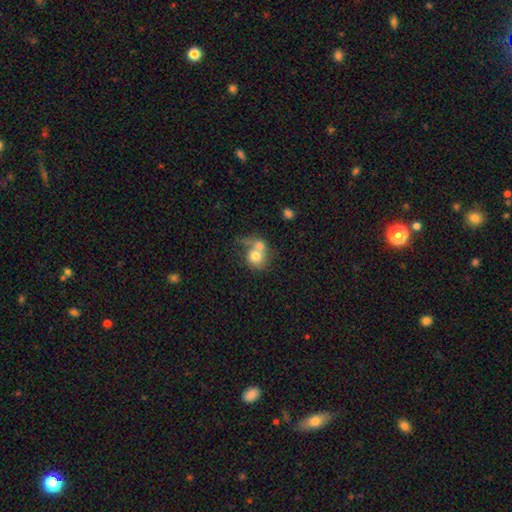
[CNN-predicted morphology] type=smooth (69%); roundness=round (75%); merging=merger (62%).